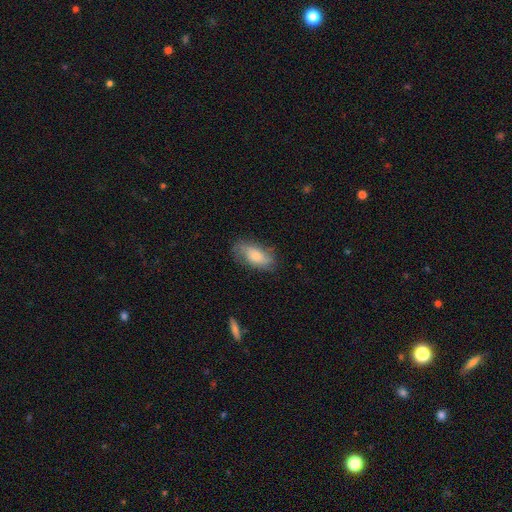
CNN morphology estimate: The model was most divided on "smooth or featured": smooth: 59%, featured or disk: 33%, star or artifact: 7%. More confident: how rounded — in between (88%); merging — none (67%).